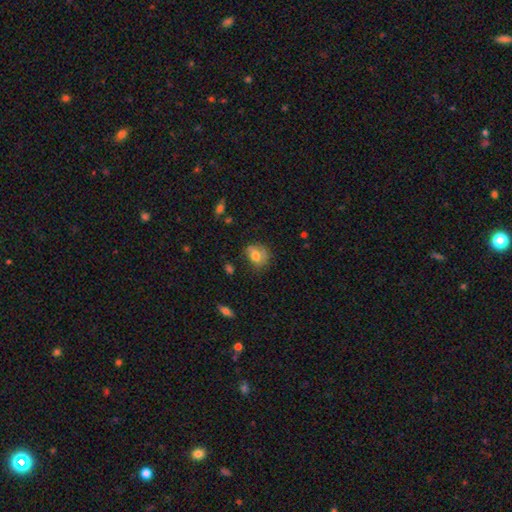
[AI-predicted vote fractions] Smooth or featured: smooth — 70% (featured or disk — 20%)
How rounded: round — 49% (tied with in between — 49%)
Merging: none — 52% (minor disturbance — 30%)